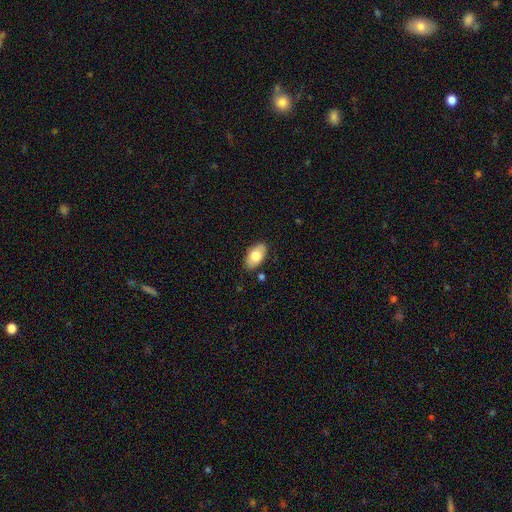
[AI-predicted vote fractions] Smooth or featured?
  - smooth: 76% *
  - featured or disk: 18%
  - star or artifact: 7%
How rounded?
  - in between: 94% *
  - round: 4%
  - cigar-shaped: 2%
Merging?
  - none: 84% *
  - minor disturbance: 11%
  - major disturbance: 2%
  - merger: 2%